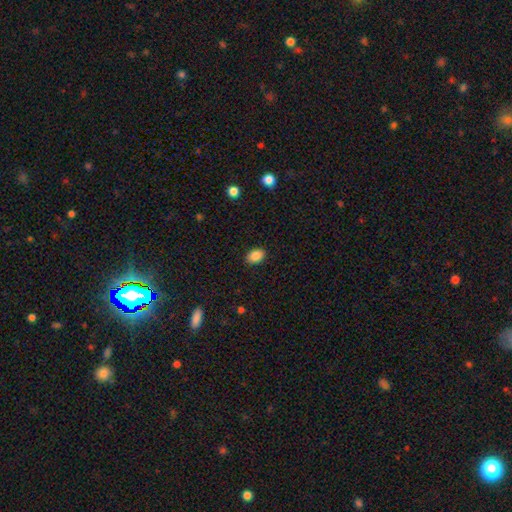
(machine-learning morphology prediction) smooth-or-featured: smooth: 87% | star or artifact: 9% | featured or disk: 5%
  how-rounded: in between: 81% | round: 18% | cigar-shaped: 1%
  merging: none: 88% | minor disturbance: 9% | major disturbance: 2% | merger: 1%